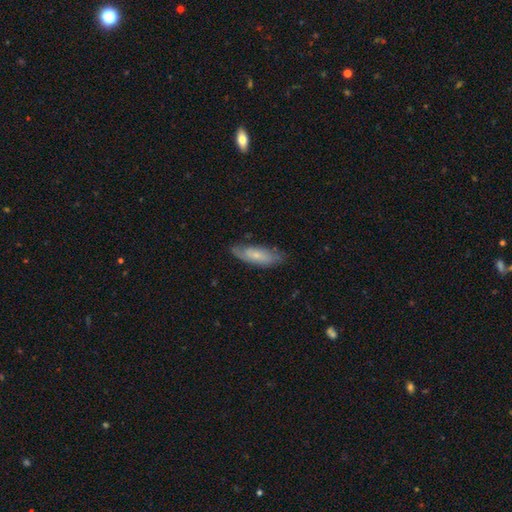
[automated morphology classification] This appears to be a smooth galaxy with no disk features (53%) that is in between round and cigar-shaped (53%). Merging: none (73%).